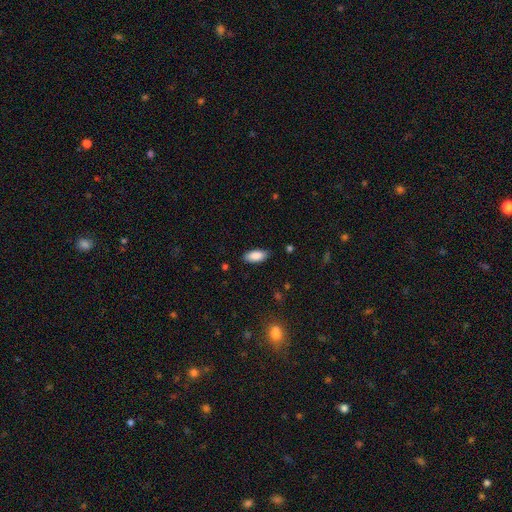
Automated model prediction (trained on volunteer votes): Overall: smooth (89%). How rounded: in between (90%). Merging: none (86%).